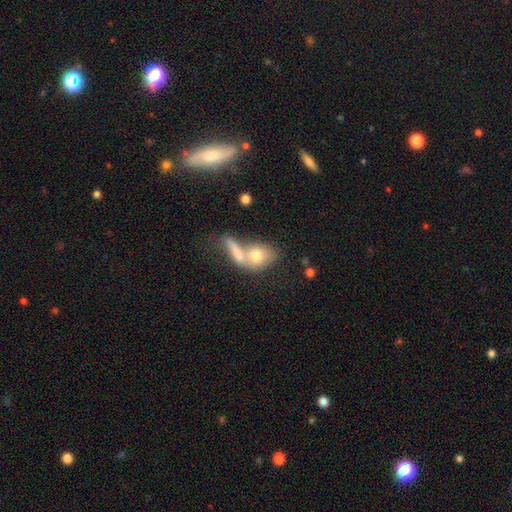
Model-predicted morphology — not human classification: Q: Smooth or featured?
A: smooth (72%); runner-up: featured or disk (21%)
Q: How rounded?
A: in between (63%); runner-up: round (30%)
Q: Merging?
A: merger (58%); runner-up: none (25%)